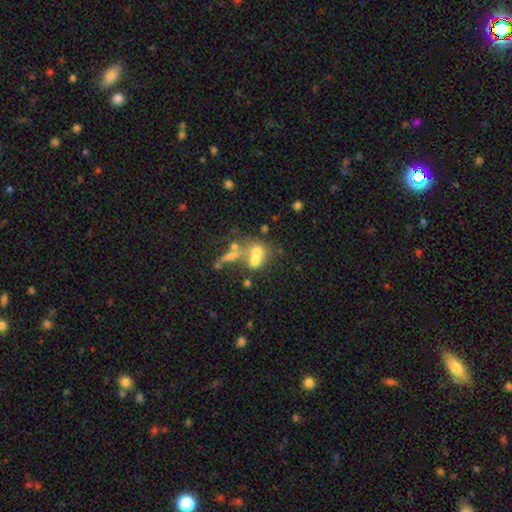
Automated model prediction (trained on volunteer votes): Morphology: type=smooth (53%); roundness=in between (52%); merging=merger (59%).